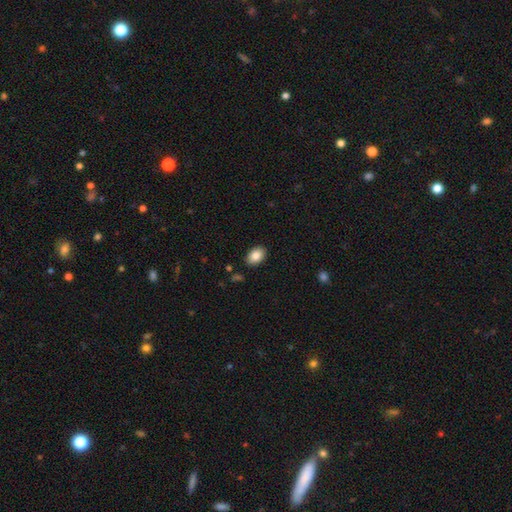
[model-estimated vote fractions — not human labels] Smooth or featured?
  - smooth: 86% *
  - star or artifact: 8%
  - featured or disk: 6%
How rounded?
  - in between: 85% *
  - round: 14%
  - cigar-shaped: 1%
Merging?
  - none: 88% *
  - minor disturbance: 8%
  - major disturbance: 2%
  - merger: 1%